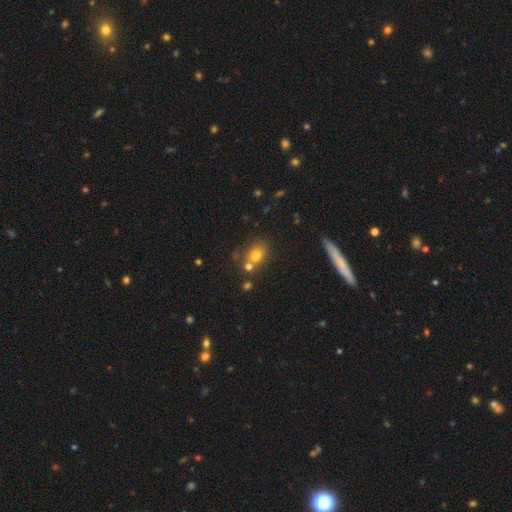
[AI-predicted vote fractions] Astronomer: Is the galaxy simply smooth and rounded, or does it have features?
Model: smooth — 74%.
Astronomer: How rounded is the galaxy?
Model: round — 52% (runner-up: in between, 47%).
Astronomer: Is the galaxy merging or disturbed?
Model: none — 60%.